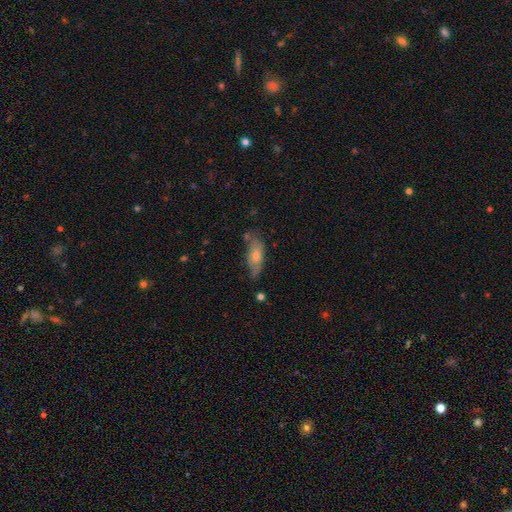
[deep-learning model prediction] A smooth galaxy with no disk features (56%) that is in between round and cigar-shaped (68%). Merging: none (60%).